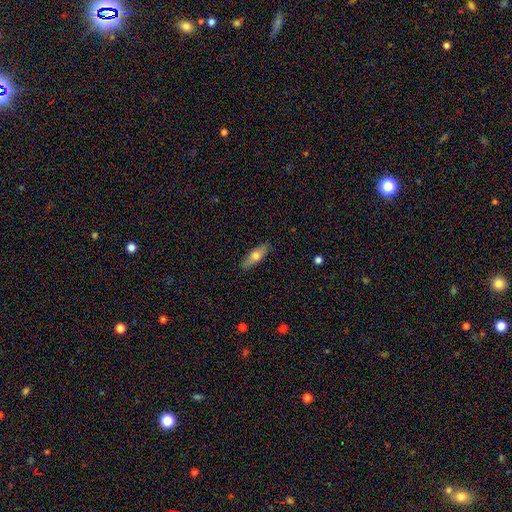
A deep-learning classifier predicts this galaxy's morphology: This appears to be a smooth galaxy with no disk features (65%) that is in between round and cigar-shaped (57%). Merging: none (88%).